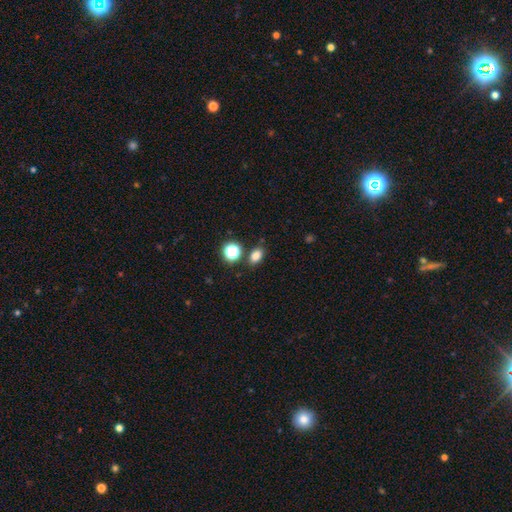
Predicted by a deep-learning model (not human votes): This is clearly a smooth galaxy (81%). How rounded: likely in between (75%). Merging: likely none (79%).